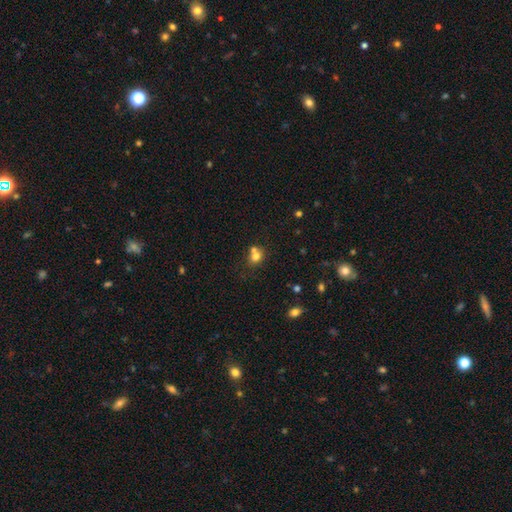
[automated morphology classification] smooth-or-featured: smooth: 75% | star or artifact: 13% | featured or disk: 12%
  how-rounded: round: 70% | in between: 29% | cigar-shaped: 1%
  merging: merger: 47% | none: 41% | minor disturbance: 9% | major disturbance: 4%